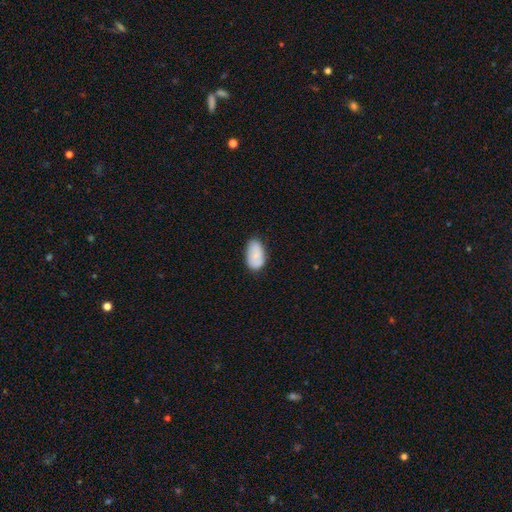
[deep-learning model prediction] Smooth or featured? smooth (79%)
How rounded? in between (94%)
Merging? none (68%)